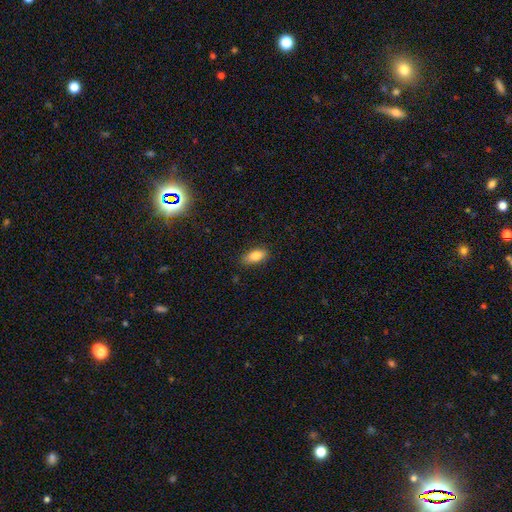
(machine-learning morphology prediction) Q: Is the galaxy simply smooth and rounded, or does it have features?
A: smooth — 83%.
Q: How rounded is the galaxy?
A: in between — 87%.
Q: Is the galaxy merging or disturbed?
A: none — 82%.